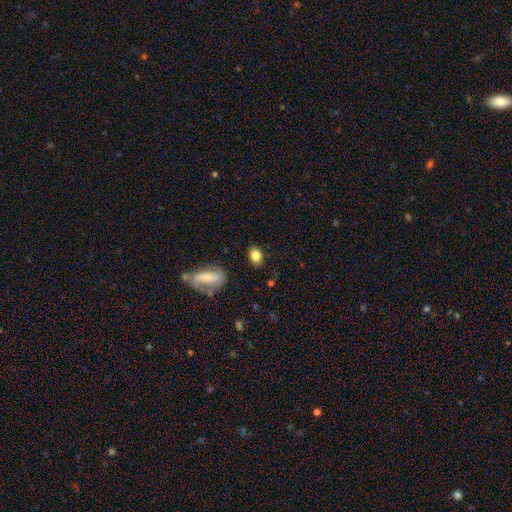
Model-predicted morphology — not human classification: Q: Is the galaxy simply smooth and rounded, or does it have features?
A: smooth — 80%.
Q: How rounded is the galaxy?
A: in between — 81%.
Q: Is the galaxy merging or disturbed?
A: none — 83%.